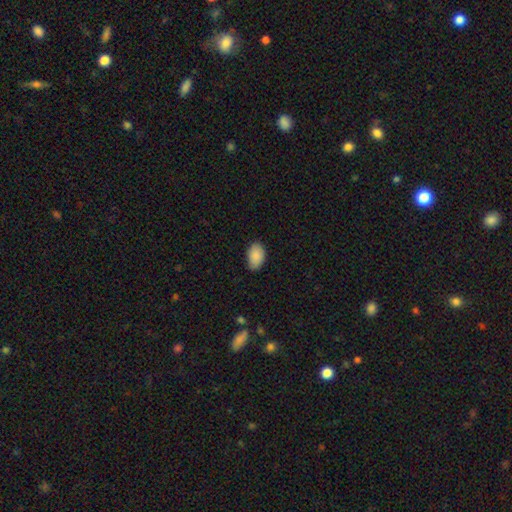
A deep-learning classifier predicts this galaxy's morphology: type=smooth (89%); roundness=in between (90%); merging=none (80%).